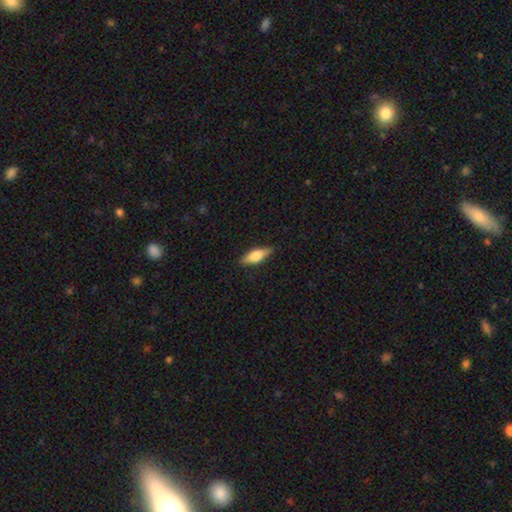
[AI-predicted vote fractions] smooth 66%, featured or disk 28%, star or artifact 6%. Down the decision tree: how rounded — in between (62%); merging — none (86%).